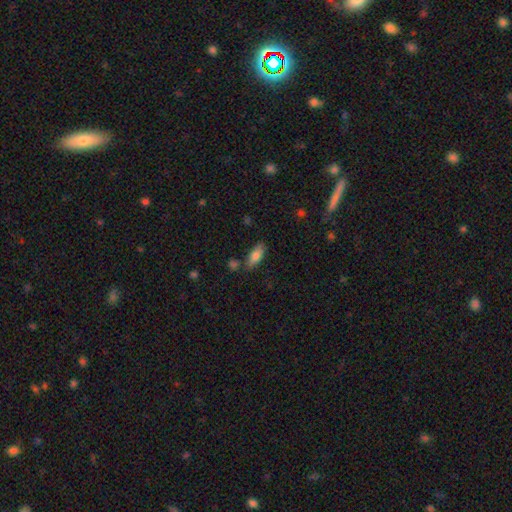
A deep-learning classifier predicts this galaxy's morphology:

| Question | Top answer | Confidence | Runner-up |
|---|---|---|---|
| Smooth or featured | smooth | 79% | featured or disk (13%) |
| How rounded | in between | 75% | cigar-shaped (23%) |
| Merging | none | 77% | minor disturbance (13%) |